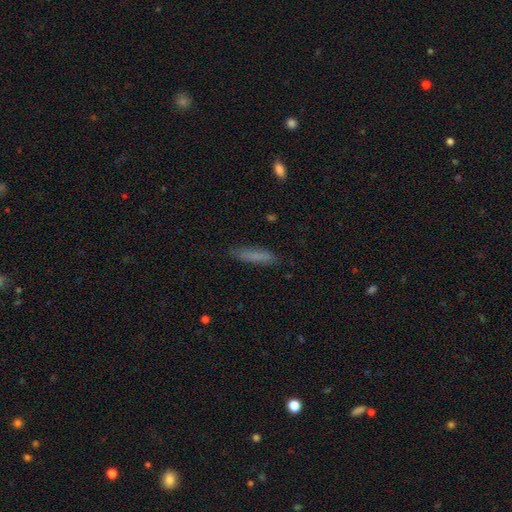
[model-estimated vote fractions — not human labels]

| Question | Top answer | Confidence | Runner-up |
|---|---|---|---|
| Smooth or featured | smooth | 76% | featured or disk (16%) |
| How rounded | cigar-shaped | 86% | in between (12%) |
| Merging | none | 82% | minor disturbance (13%) |